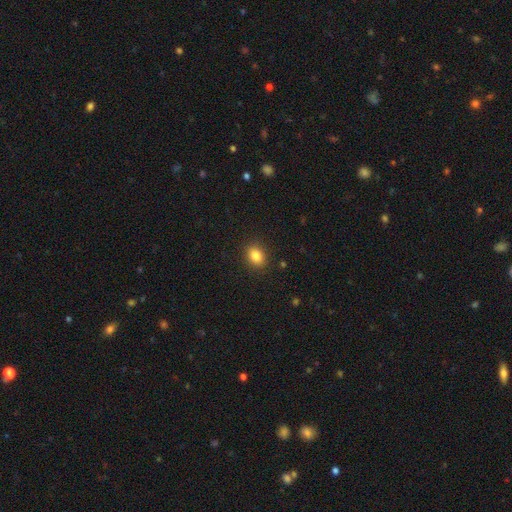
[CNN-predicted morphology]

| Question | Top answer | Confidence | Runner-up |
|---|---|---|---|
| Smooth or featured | smooth | 85% | star or artifact (10%) |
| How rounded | in between | 65% | round (33%) |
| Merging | none | 89% | minor disturbance (7%) |